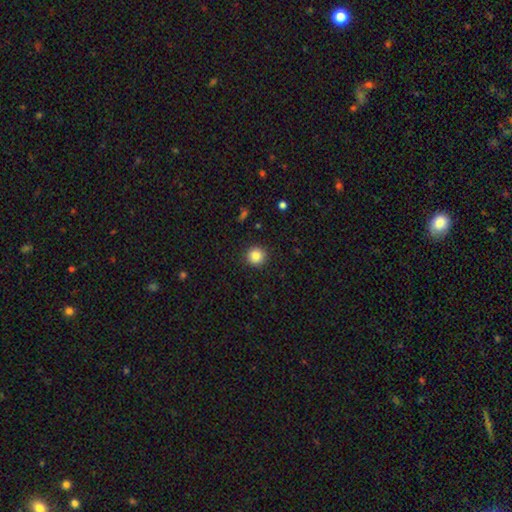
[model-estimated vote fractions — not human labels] A smooth galaxy with no disk features (84%) that is round (94%).

Vote fractions:
- Smooth or featured? smooth: 84% / star or artifact: 10% / featured or disk: 6%
- How rounded? round: 94% / in between: 5% / cigar-shaped: 1%
- Merging? none: 92% / minor disturbance: 5% / major disturbance: 2% / merger: 1%